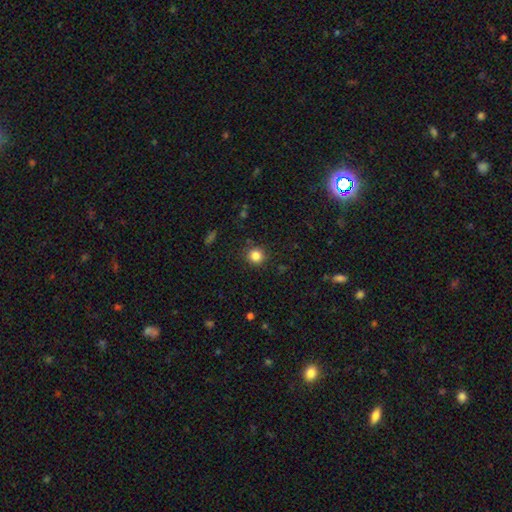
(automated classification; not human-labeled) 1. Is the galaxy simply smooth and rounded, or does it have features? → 84% smooth, 12% star or artifact, 5% featured or disk.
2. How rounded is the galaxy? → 92% round, 7% in between, 1% cigar-shaped.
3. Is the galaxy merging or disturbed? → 89% none, 8% minor disturbance, 2% major disturbance, 1% merger.